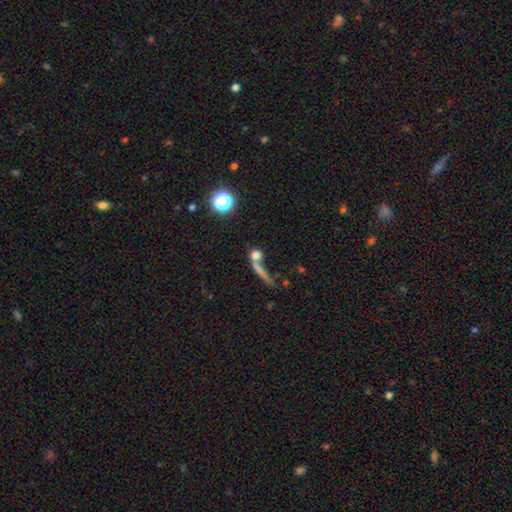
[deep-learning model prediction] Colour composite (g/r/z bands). It shows a smooth galaxy with no disk features (63%) that is round (63%). Merging: none (44%).